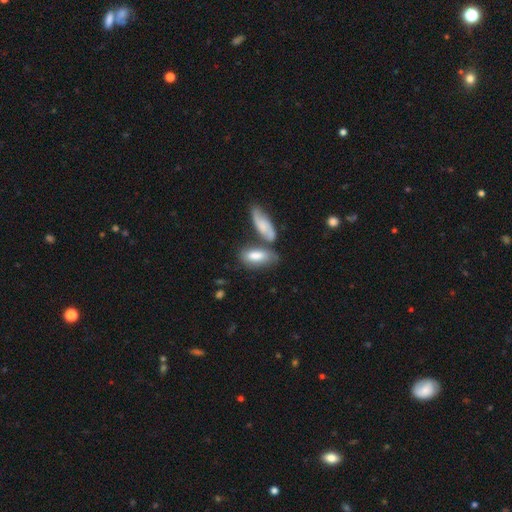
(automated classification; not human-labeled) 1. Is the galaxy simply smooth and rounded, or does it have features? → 73% smooth, 21% featured or disk, 6% star or artifact.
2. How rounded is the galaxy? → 81% in between, 17% cigar-shaped, 3% round.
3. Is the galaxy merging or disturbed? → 40% none, 34% merger, 18% minor disturbance, 7% major disturbance.